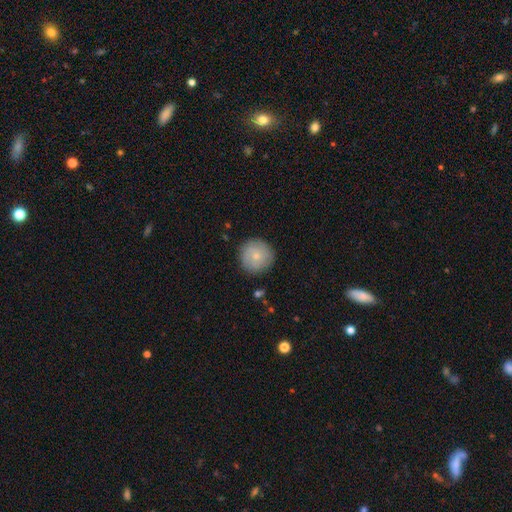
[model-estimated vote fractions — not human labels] Smooth or featured? smooth (68%)
How rounded? round (95%)
Merging? none (86%)